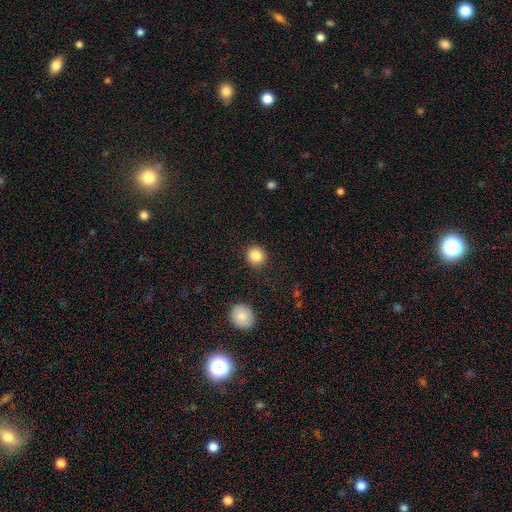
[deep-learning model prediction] A smooth galaxy with no disk features (86%) that is round (91%). Merging: none (91%).